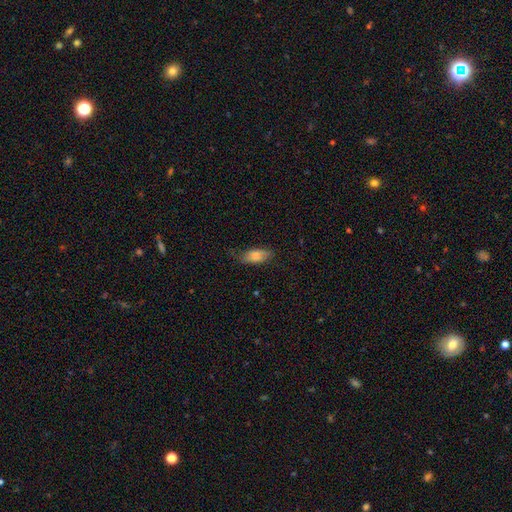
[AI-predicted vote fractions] smooth_or_featured: smooth (p=0.79) [alt: featured or disk p=0.14]
how_rounded: in between (p=0.82) [alt: cigar-shaped p=0.15]
merging: none (p=0.63) [alt: minor disturbance p=0.27]